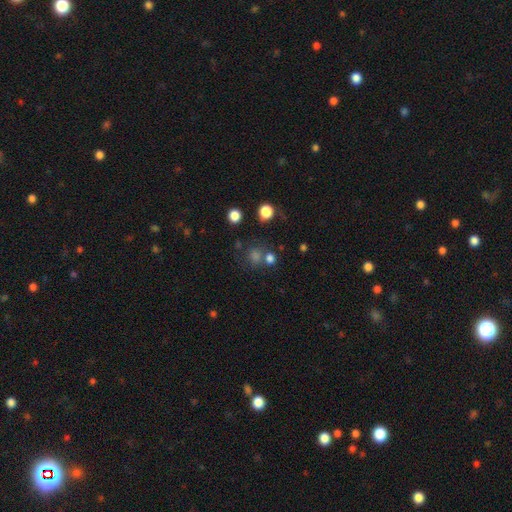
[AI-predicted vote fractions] smooth 57%, star or artifact 32%, featured or disk 11%. Down the decision tree: how rounded — round (79%); merging — none (61%).